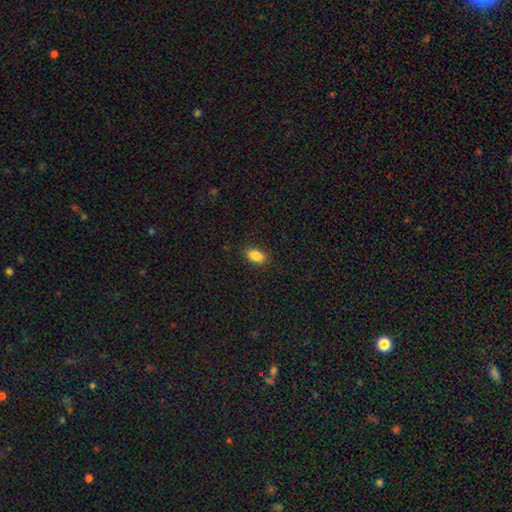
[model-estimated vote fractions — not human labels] Overall: smooth (88%). How rounded: in between (91%). Merging: none (88%).